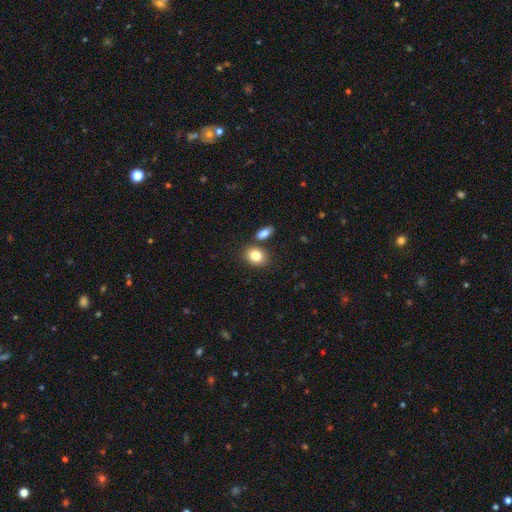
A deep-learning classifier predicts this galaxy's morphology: Smooth or featured?
  - smooth: 84% *
  - star or artifact: 8%
  - featured or disk: 8%
How rounded?
  - in between: 61% *
  - round: 38%
  - cigar-shaped: 1%
Merging?
  - none: 73% *
  - merger: 15%
  - minor disturbance: 10%
  - major disturbance: 3%